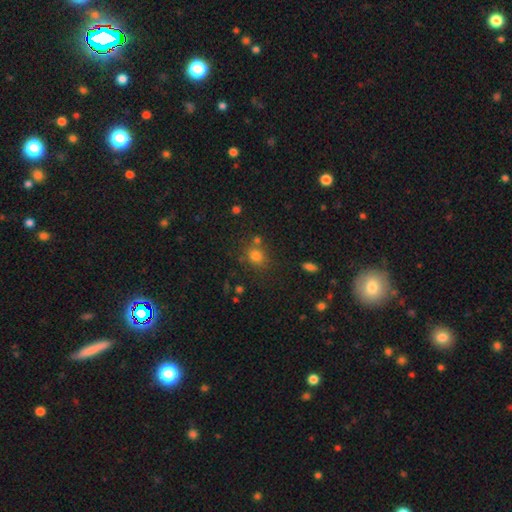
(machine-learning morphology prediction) Smooth or featured? Predicted: smooth (p=0.78). How rounded? Predicted: round (p=0.71). Merging? Predicted: none (p=0.68).